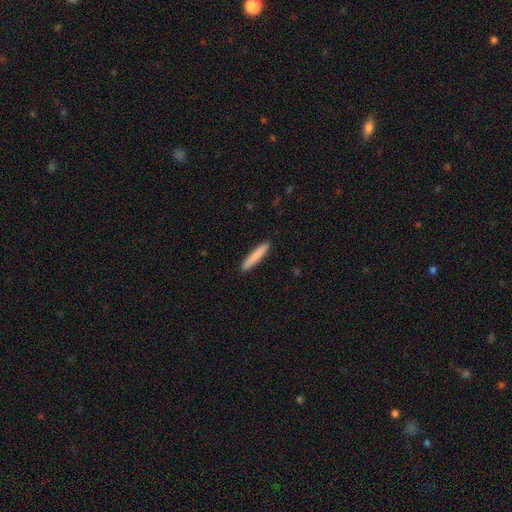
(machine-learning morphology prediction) Smooth or featured? Predicted: smooth (p=0.83). How rounded? Predicted: cigar-shaped (p=0.94). Merging? Predicted: none (p=0.92).